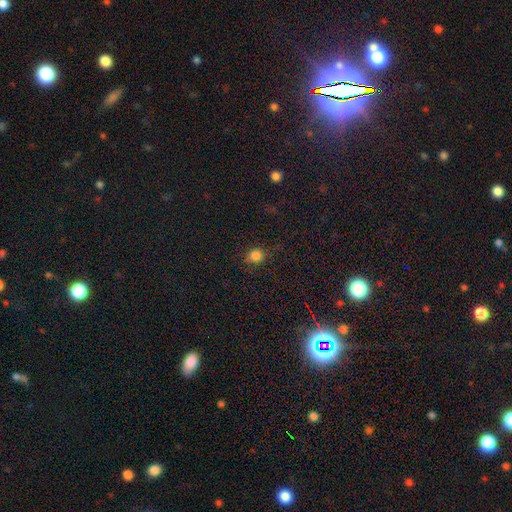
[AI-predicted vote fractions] Smooth or featured? smooth (80%)
How rounded? round (84%)
Merging? none (81%)